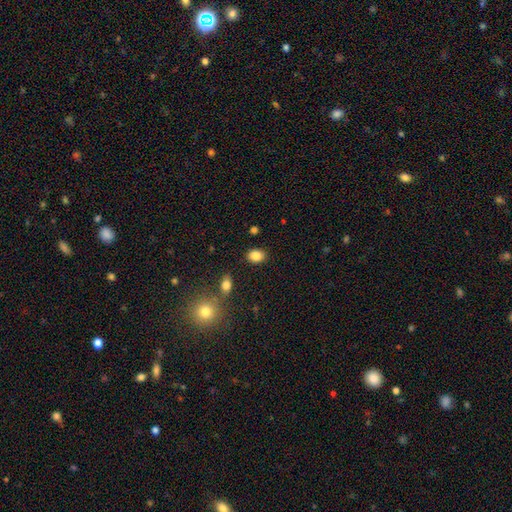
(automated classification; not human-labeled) This appears to be a smooth galaxy with no disk features (86%) that is in between round and cigar-shaped (69%). Merging: none (85%).